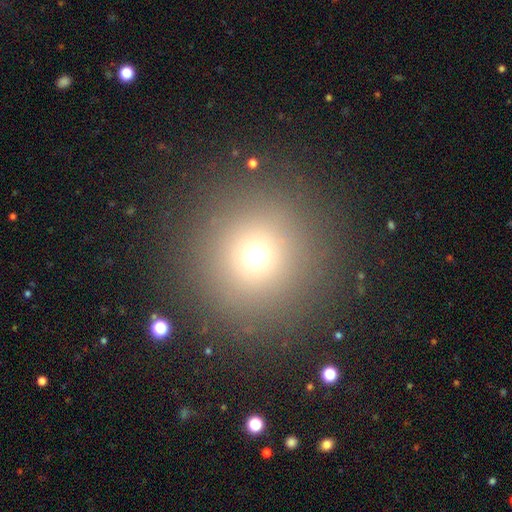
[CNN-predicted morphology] Smooth or featured? Predicted: smooth (p=0.67). How rounded? Predicted: round (p=0.96). Merging? Predicted: none (p=0.89).